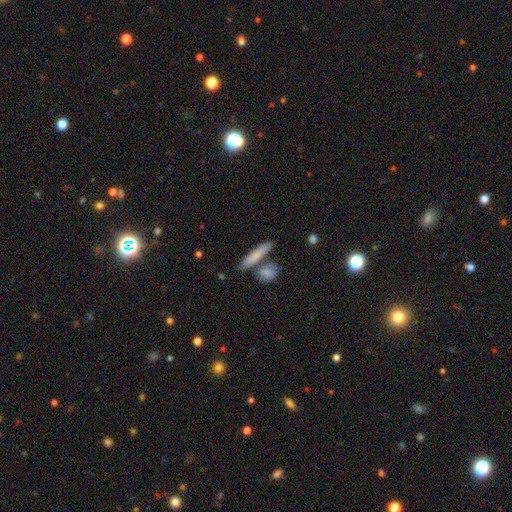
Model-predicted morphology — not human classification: Overall: smooth (68%). How rounded: cigar-shaped (82%). Merging: none (64%).